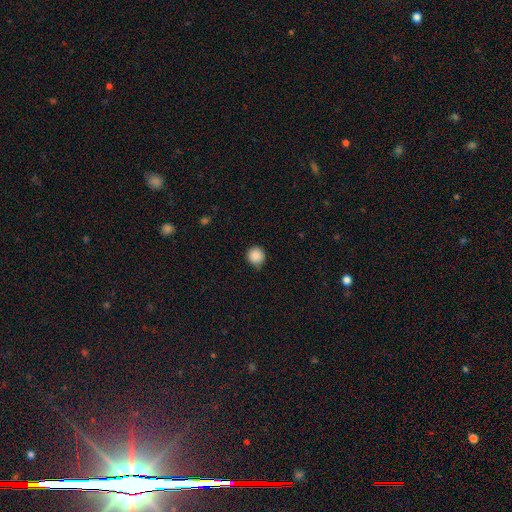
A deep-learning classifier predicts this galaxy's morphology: smooth-or-featured: smooth: 87% | star or artifact: 10% | featured or disk: 3%
  how-rounded: round: 93% | in between: 6% | cigar-shaped: 1%
  merging: none: 78% | minor disturbance: 18% | major disturbance: 3% | merger: 1%